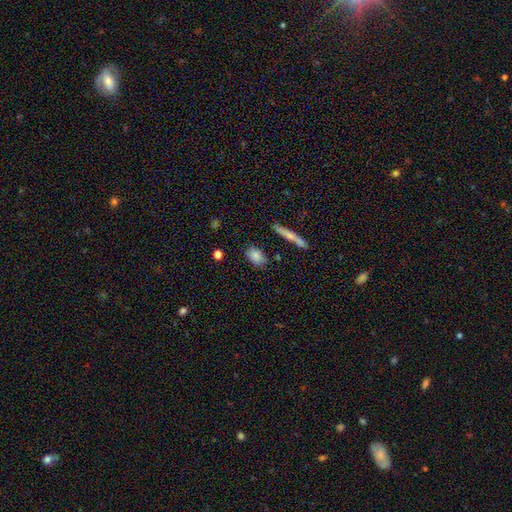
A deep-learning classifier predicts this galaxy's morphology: A smooth galaxy with no disk features (83%) that is in between round and cigar-shaped (78%).

Vote fractions:
- Smooth or featured? smooth: 83% / featured or disk: 9% / star or artifact: 8%
- How rounded? in between: 78% / round: 16% / cigar-shaped: 6%
- Merging? none: 77% / minor disturbance: 15% / merger: 4% / major disturbance: 4%